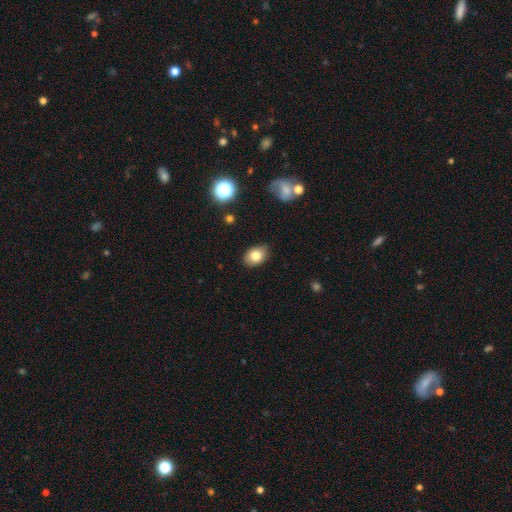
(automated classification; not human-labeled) Smooth or featured: smooth — 80% (featured or disk — 11%)
How rounded: in between — 79% (round — 20%)
Merging: none — 84% (minor disturbance — 12%)